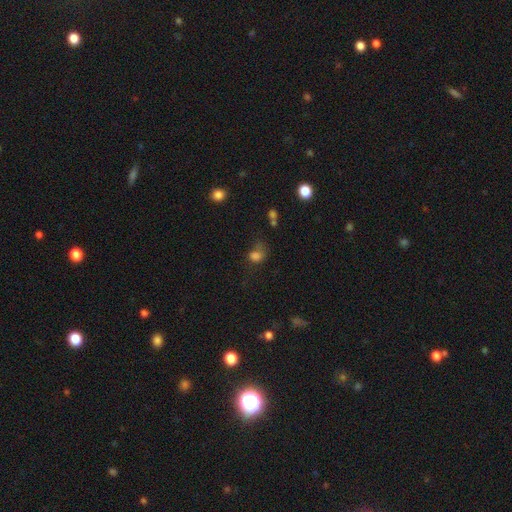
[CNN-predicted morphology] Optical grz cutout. It shows a smooth galaxy with no disk features (74%) that is round (52%). Merging: none (36%).